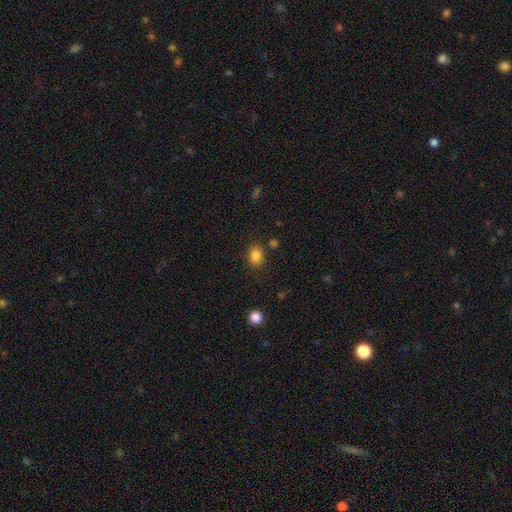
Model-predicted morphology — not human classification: A smooth galaxy with no disk features (85%) that is in between round and cigar-shaped (59%). Merging: none (82%).